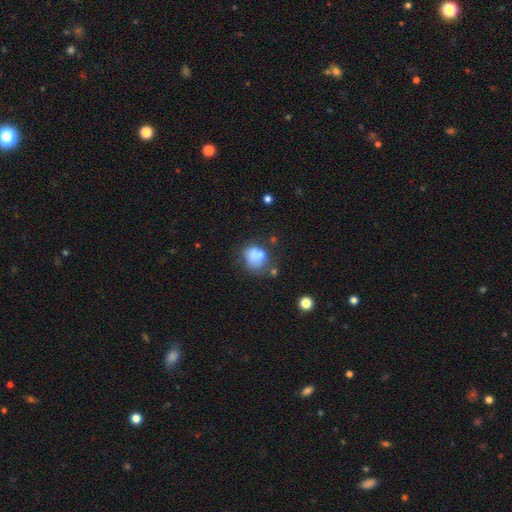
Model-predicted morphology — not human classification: A smooth galaxy with no disk features (70%) that is round (57%). Merging: none (39%).